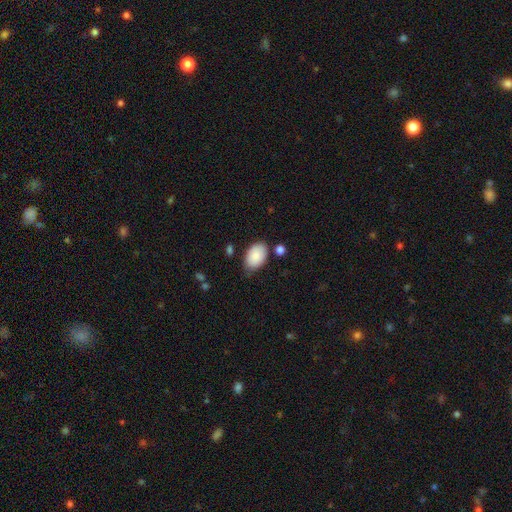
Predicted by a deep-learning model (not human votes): smooth-or-featured: smooth: 86% | featured or disk: 8% | star or artifact: 7%
  how-rounded: in between: 90% | round: 9% | cigar-shaped: 1%
  merging: none: 67% | minor disturbance: 23% | merger: 5% | major disturbance: 5%